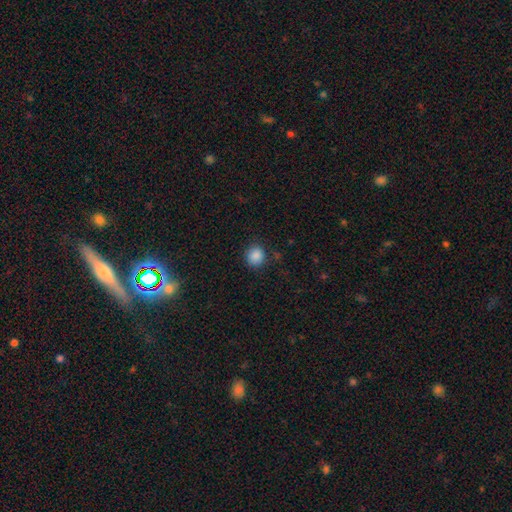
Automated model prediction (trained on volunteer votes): Overall: smooth (86%). How rounded: round (86%). Merging: none (85%).